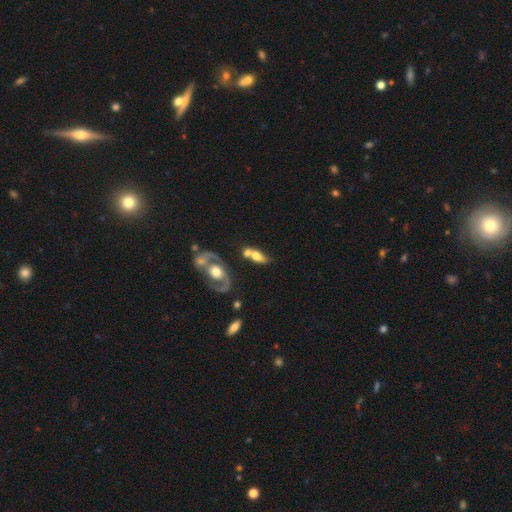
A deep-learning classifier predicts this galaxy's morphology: A smooth galaxy with no disk features (50%).

Vote fractions:
- Smooth or featured? smooth: 50% / featured or disk: 43% / star or artifact: 8%
- Merging? merger: 43% / none: 32% / minor disturbance: 15% / major disturbance: 10%